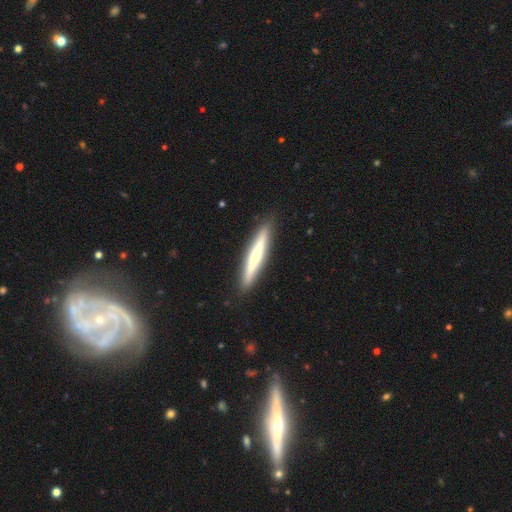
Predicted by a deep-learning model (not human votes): smooth-or-featured: featured or disk: 51% | smooth: 44% | star or artifact: 5%
  disk-edge-on: yes: 94% | no: 6%
  merging: none: 90% | minor disturbance: 8% | major disturbance: 2% | merger: 1%